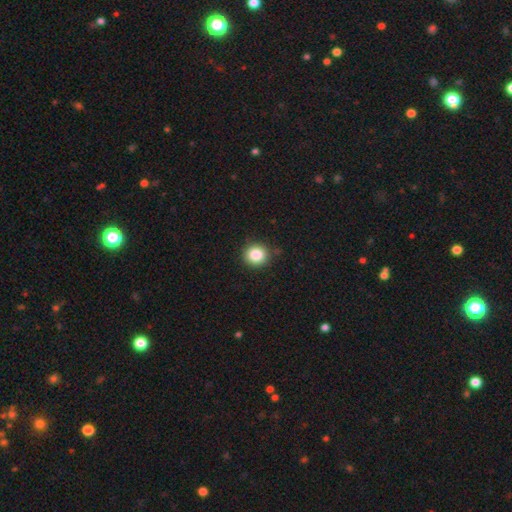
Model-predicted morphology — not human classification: This appears to be a smooth galaxy with no disk features (85%) that is round (87%). Merging: none (88%).